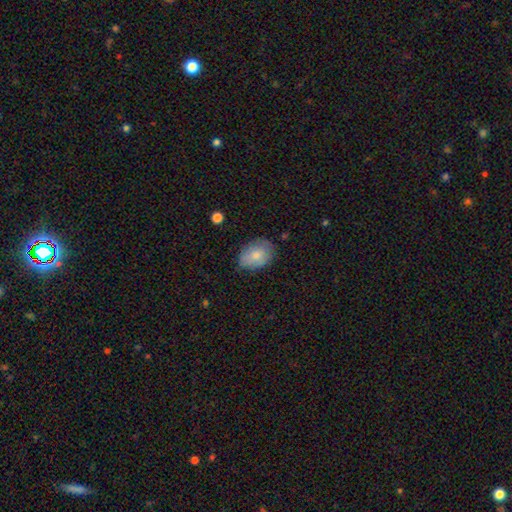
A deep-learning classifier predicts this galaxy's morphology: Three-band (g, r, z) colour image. It shows a smooth galaxy with no disk features (77%) that is in between round and cigar-shaped (79%). Merging: none (72%).